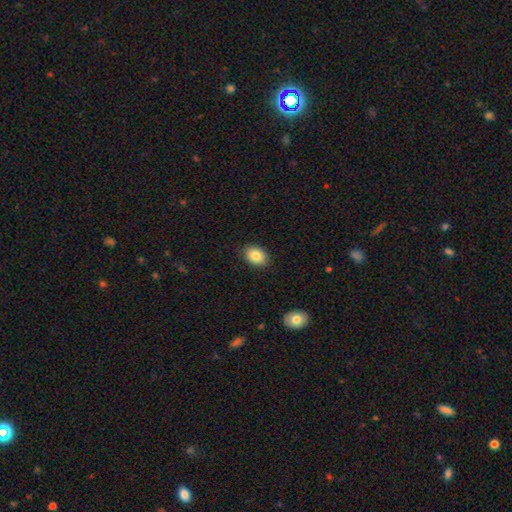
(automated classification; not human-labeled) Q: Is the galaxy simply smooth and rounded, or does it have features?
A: smooth — 85%.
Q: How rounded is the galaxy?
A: in between — 71%.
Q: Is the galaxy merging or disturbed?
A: none — 88%.